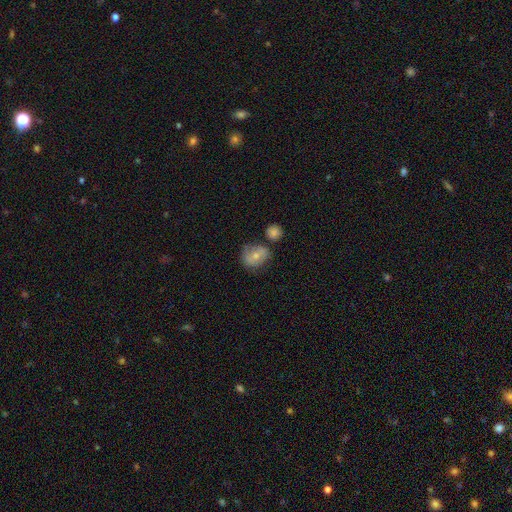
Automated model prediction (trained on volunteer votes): smooth-or-featured: smooth: 65% | featured or disk: 27% | star or artifact: 9%
  how-rounded: round: 59% | in between: 40% | cigar-shaped: 1%
  merging: none: 57% | minor disturbance: 22% | merger: 13% | major disturbance: 7%